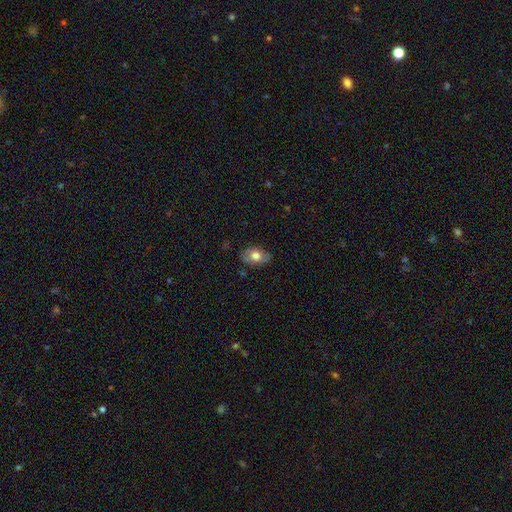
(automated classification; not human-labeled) Smooth or featured: smooth — 65% (featured or disk — 27%)
How rounded: in between — 86% (round — 12%)
Merging: none — 75% (minor disturbance — 19%)